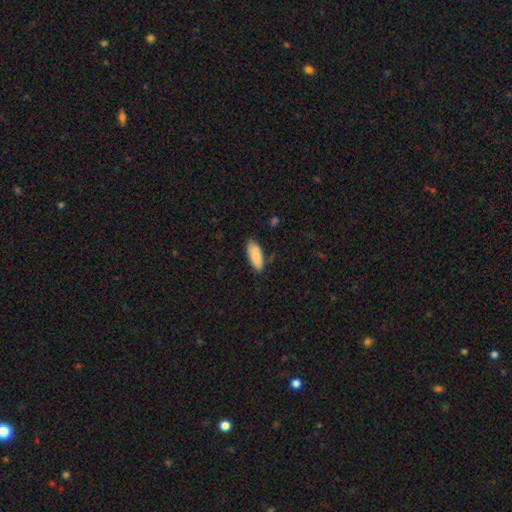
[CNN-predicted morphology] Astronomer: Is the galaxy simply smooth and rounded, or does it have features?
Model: smooth — 87%.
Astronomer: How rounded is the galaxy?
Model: in between — 80%.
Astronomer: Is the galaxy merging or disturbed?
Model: none — 79%.